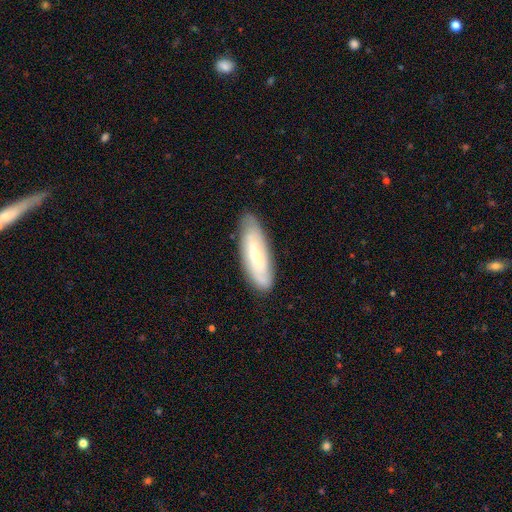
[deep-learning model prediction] featured or disk 53%, smooth 40%, star or artifact 6%. Down the decision tree: edge-on disk — no (75%); merging — none (80%).